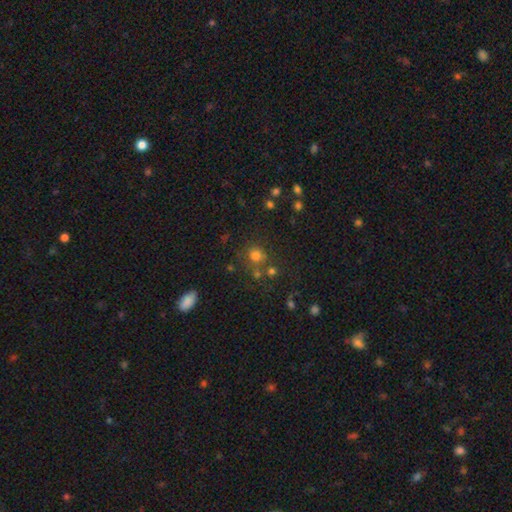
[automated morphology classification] Smooth or featured: smooth — 72% (star or artifact — 19%)
How rounded: round — 86% (in between — 13%)
Merging: none — 67% (merger — 15%)